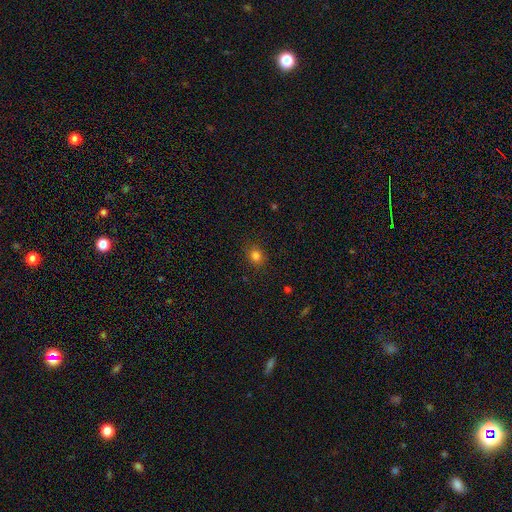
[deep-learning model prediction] This is clearly a smooth galaxy (80%). How rounded: likely round (67%). Merging: clearly none (86%).